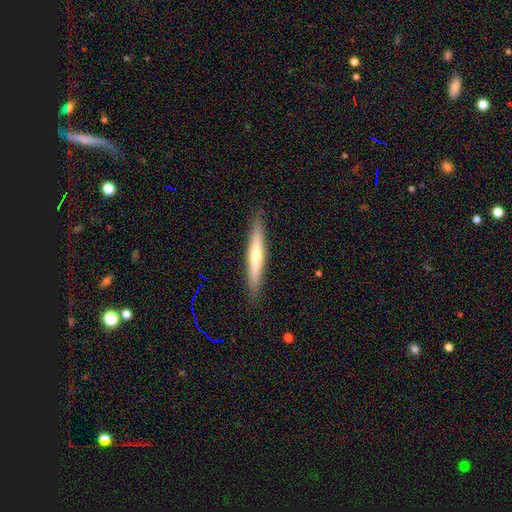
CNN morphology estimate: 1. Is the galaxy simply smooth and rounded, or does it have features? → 52% featured or disk, 42% smooth, 6% star or artifact.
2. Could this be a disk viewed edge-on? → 94% yes, 6% no.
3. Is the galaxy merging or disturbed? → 90% none, 8% minor disturbance, 2% major disturbance, 1% merger.